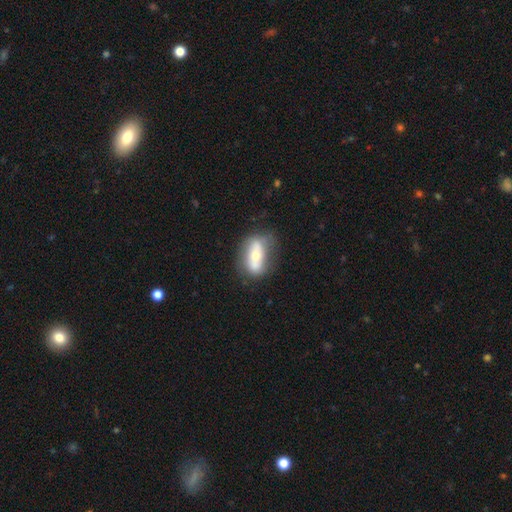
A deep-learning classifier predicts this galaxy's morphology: The model was most divided on "smooth or featured": smooth: 47%, featured or disk: 46%, star or artifact: 7%. More confident: merging — none (65%).